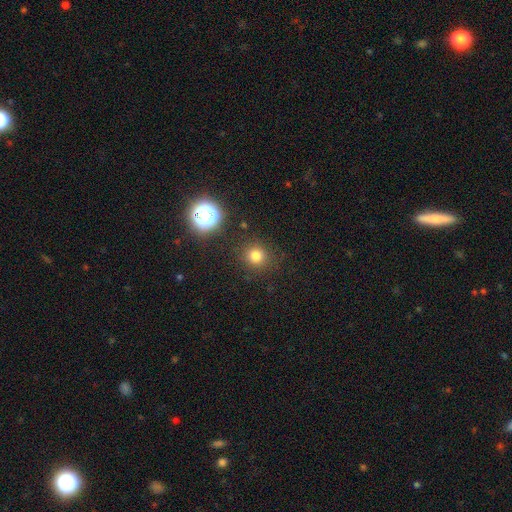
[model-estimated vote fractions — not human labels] The model was most divided on "smooth or featured": smooth: 77%, star or artifact: 17%, featured or disk: 6%. More confident: how rounded — round (92%); merging — none (88%).